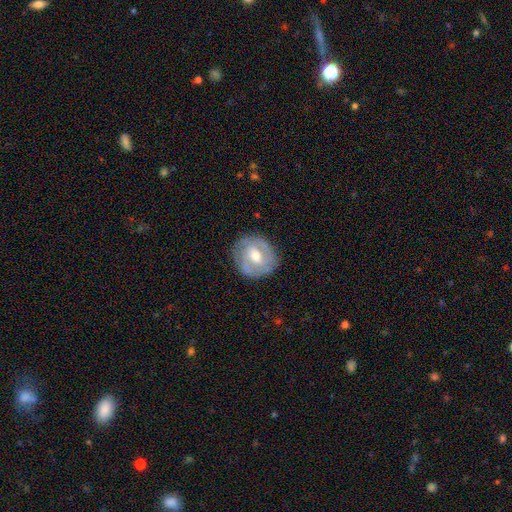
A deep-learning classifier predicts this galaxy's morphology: This is likely a featured or disk galaxy (67%). It is clearly not viewed edge-on (96%). Bar: possibly weak (49%). Spiral arm pattern: likely yes (75%). Central bulge: likely moderate (73%). Merging: clearly none (81%).